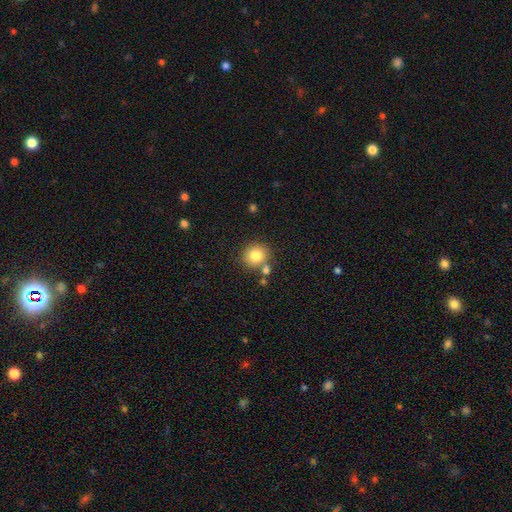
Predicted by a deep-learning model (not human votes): A smooth galaxy with no disk features (80%) that is round (86%).

Vote fractions:
- Smooth or featured? smooth: 80% / star or artifact: 11% / featured or disk: 9%
- How rounded? round: 86% / in between: 13% / cigar-shaped: 1%
- Merging? none: 71% / merger: 15% / minor disturbance: 11% / major disturbance: 3%